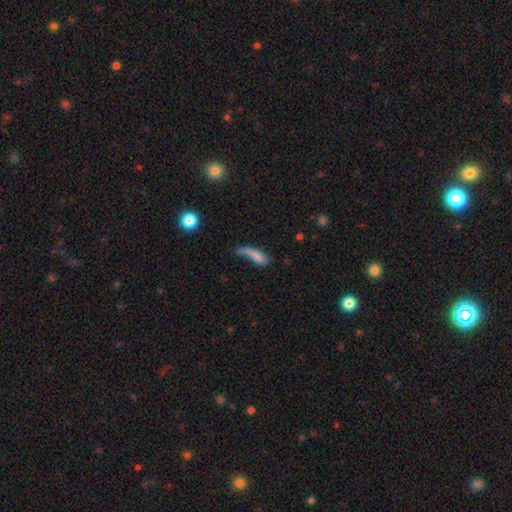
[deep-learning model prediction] This appears to be a smooth galaxy with no disk features (64%) that is cigar-shaped (54%). Merging: major disturbance (40%).